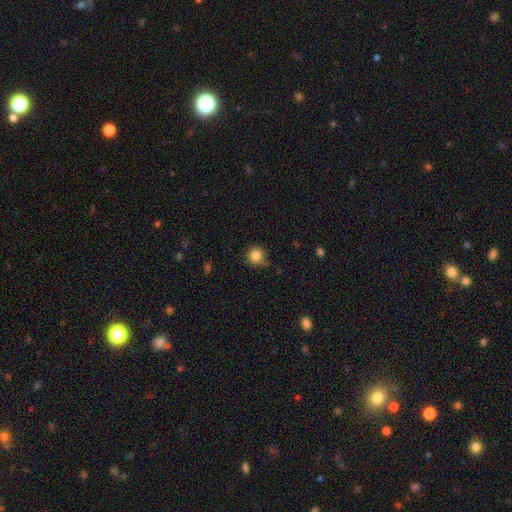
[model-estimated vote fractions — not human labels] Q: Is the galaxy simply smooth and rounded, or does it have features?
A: smooth — 83%.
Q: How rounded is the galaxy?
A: round — 90%.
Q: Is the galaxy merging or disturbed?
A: none — 71%.